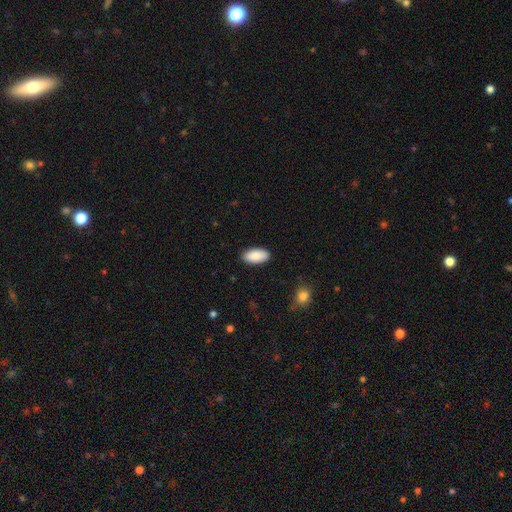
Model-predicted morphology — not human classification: Q: Smooth or featured?
A: smooth (89%); runner-up: star or artifact (6%)
Q: How rounded?
A: in between (94%); runner-up: cigar-shaped (4%)
Q: Merging?
A: none (89%); runner-up: minor disturbance (8%)